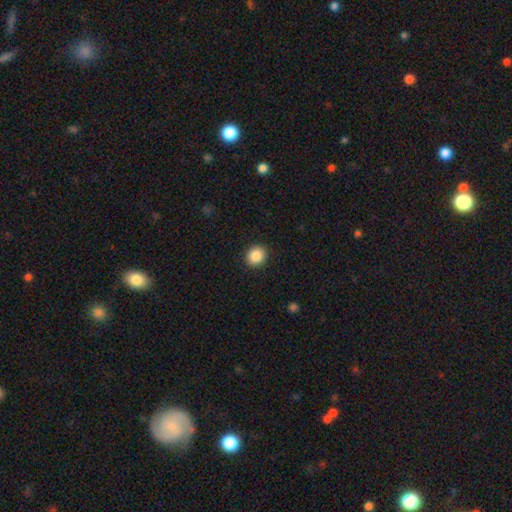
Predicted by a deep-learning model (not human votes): smooth_or_featured: smooth (p=0.87) [alt: star or artifact p=0.09]
how_rounded: round (p=0.81) [alt: in between p=0.18]
merging: none (p=0.91) [alt: minor disturbance p=0.06]